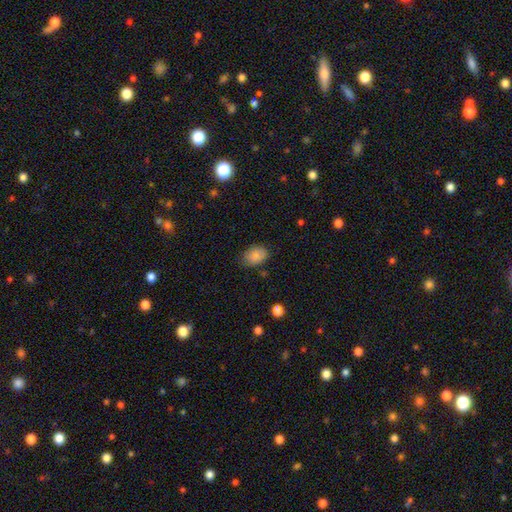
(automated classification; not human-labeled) Overall: smooth (85%). How rounded: in between (81%). Merging: none (77%).